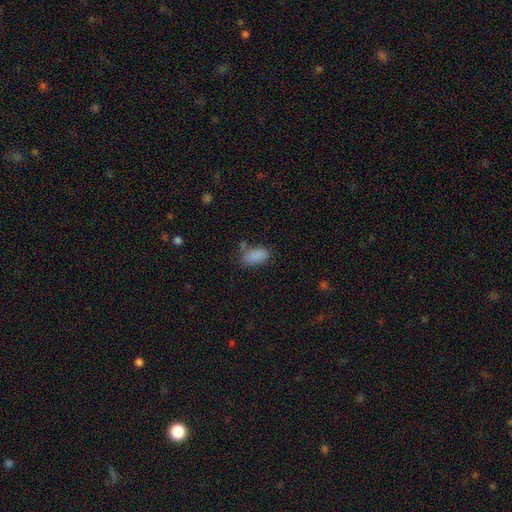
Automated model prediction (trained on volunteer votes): smooth 86%, star or artifact 9%, featured or disk 5%. Down the decision tree: how rounded — in between (90%); merging — none (65%).